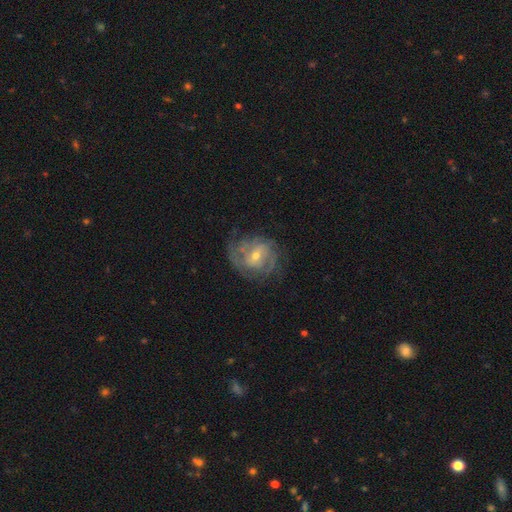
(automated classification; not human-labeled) This is likely a featured or disk galaxy (77%). It is clearly not viewed edge-on (97%). Bar: possibly no (48%). Spiral arm pattern: clearly yes (86%). Spiral arm count: marginally can't tell (38%). Spiral winding: possibly tight (50%). Central bulge: possibly small (54%). Merging: likely none (65%).